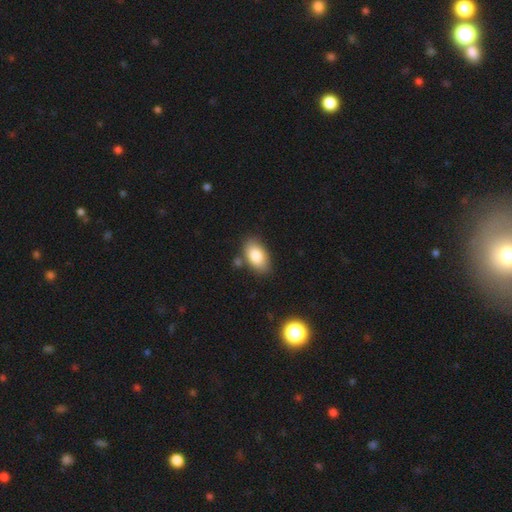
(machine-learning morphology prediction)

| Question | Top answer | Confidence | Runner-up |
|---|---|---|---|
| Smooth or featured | smooth | 83% | featured or disk (10%) |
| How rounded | in between | 93% | round (5%) |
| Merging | none | 78% | minor disturbance (13%) |